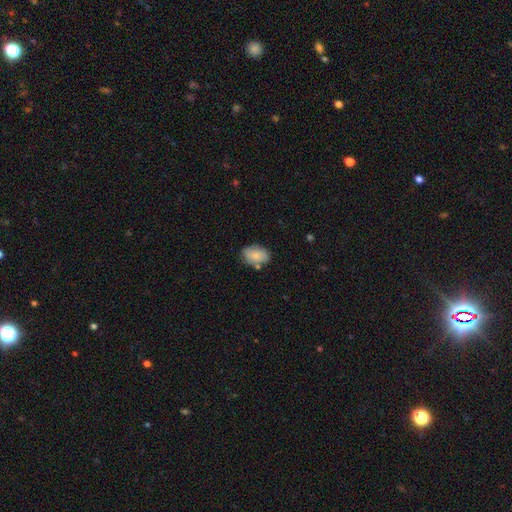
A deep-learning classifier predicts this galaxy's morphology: smooth_or_featured: smooth (p=0.82) [alt: featured or disk p=0.11]
how_rounded: in between (p=0.86) [alt: round p=0.13]
merging: none (p=0.71) [alt: minor disturbance p=0.19]